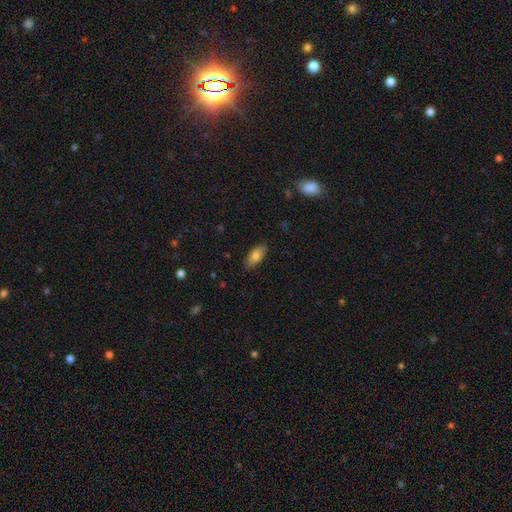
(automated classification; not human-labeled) This is likely a smooth galaxy (78%). How rounded: clearly in between (88%). Merging: clearly none (86%).